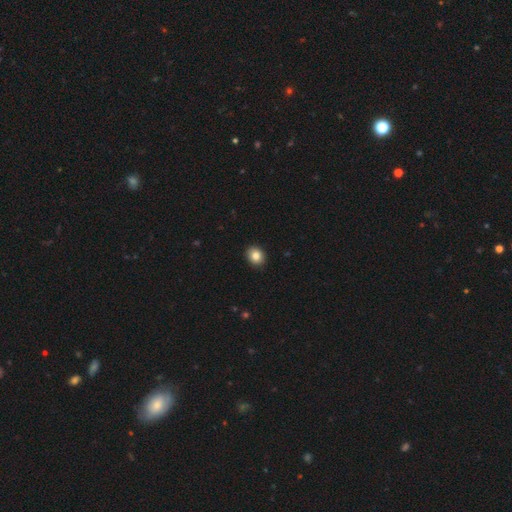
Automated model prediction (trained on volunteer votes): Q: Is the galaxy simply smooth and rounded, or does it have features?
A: smooth — 84%.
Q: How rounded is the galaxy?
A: round — 64%.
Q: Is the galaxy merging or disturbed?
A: none — 92%.